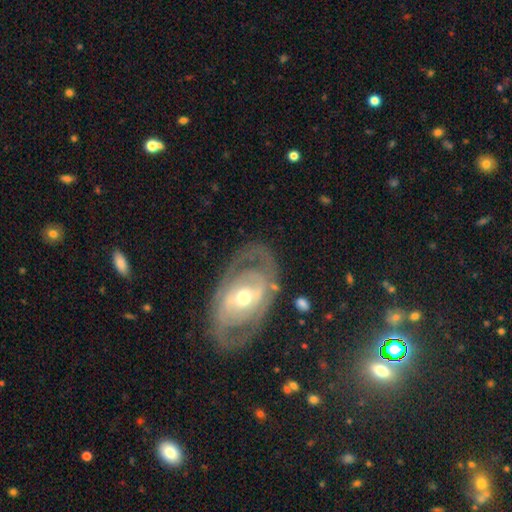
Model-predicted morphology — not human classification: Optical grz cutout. It shows a featured or disk galaxy (82%) with no bar (40%), 2 (57%) tight (56%) spiral arms (79%) and a moderate central bulge (59%). Merging: none (74%).